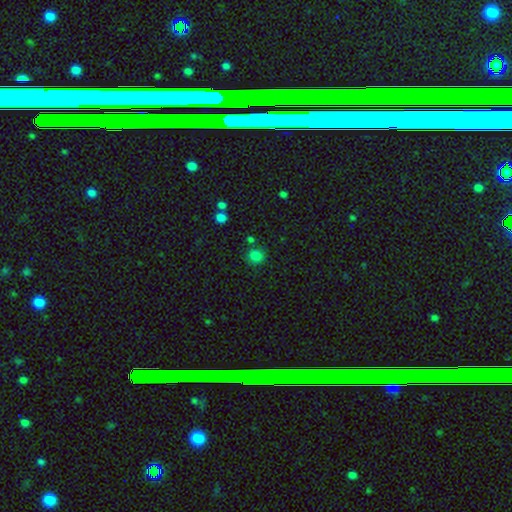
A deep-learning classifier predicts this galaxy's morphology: Smooth or featured? Predicted: smooth (p=0.81). How rounded? Predicted: round (p=0.81). Merging? Predicted: none (p=0.78).